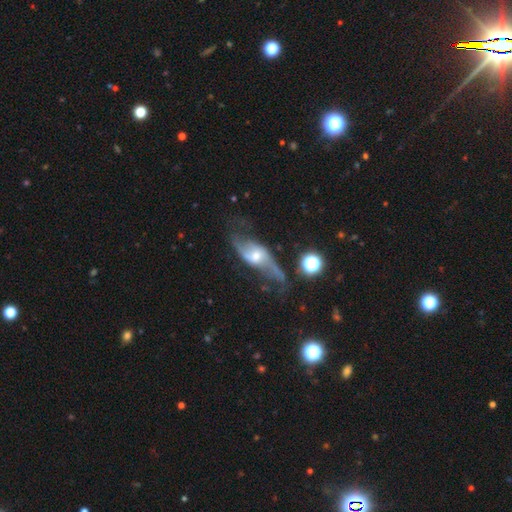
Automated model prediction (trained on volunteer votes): Q: Smooth or featured?
A: featured or disk (79%); runner-up: smooth (13%)
Q: Edge-on disk?
A: no (85%); runner-up: yes (15%)
Q: Bar?
A: no (43%); runner-up: weak (41%)
Q: Spiral arms?
A: yes (90%); runner-up: no (10%)
Q: Spiral winding?
A: loose (76%); runner-up: medium (19%)
Q: Spiral arm count?
A: 2 (88%); runner-up: can't tell (6%)
Q: Bulge size?
A: moderate (54%); runner-up: small (36%)
Q: Merging?
A: none (52%); runner-up: minor disturbance (23%)